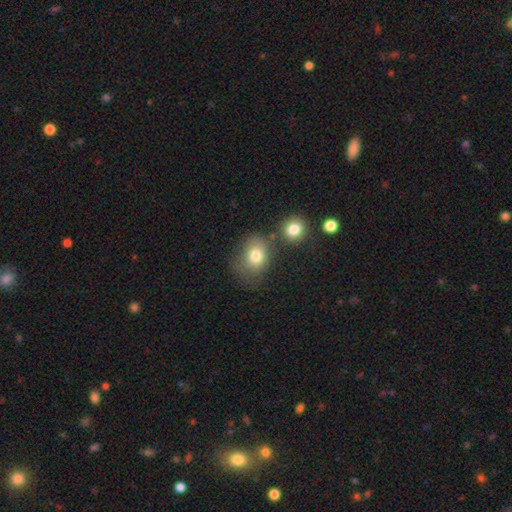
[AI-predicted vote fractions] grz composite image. It shows a smooth galaxy with no disk features (78%) that is in between round and cigar-shaped (50%). Merging: none (51%).